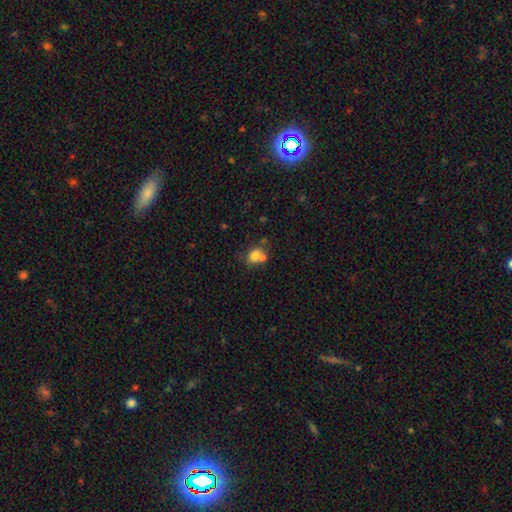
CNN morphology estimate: smooth 74%, featured or disk 14%, star or artifact 12%. Down the decision tree: how rounded — round (62%); merging — merger (44%).